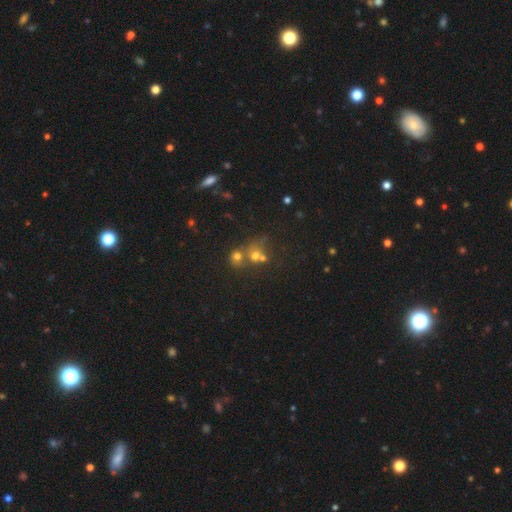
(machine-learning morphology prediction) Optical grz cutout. It shows a smooth galaxy with no disk features (58%) that is round (78%). Merging: merger (50%).